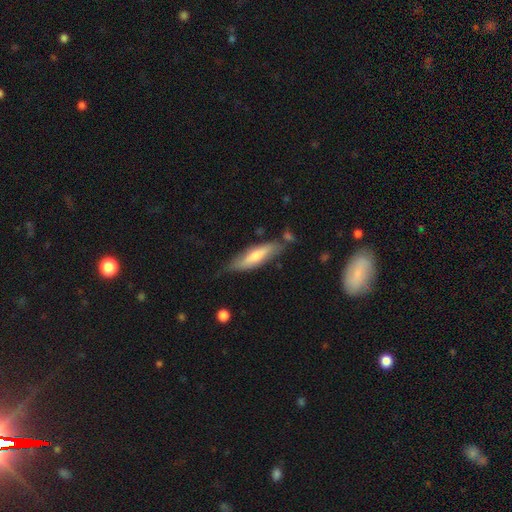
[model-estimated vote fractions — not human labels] Overall: smooth (48%; featured or disk 46%). Merging: none (70%).